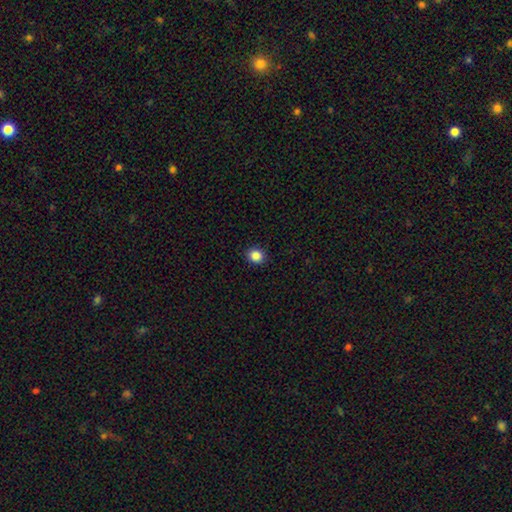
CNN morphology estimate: A smooth galaxy with no disk features (86%) that is round (77%). Merging: none (92%).